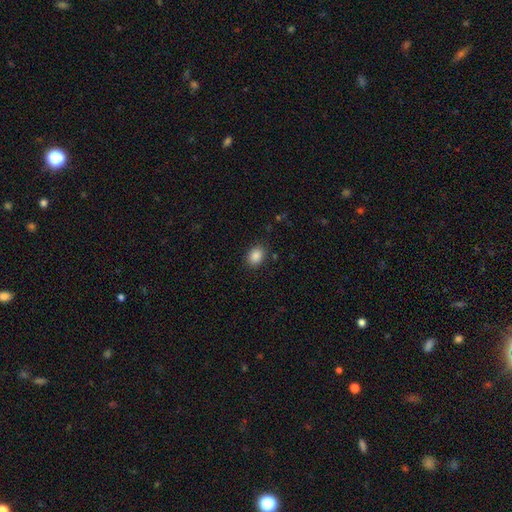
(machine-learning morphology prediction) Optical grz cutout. It shows a smooth galaxy with no disk features (87%) that is in between round and cigar-shaped (64%). Merging: none (87%).